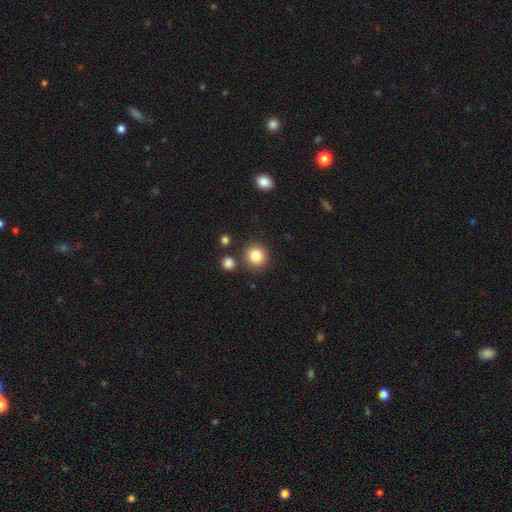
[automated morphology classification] smooth-or-featured: smooth: 84% | star or artifact: 10% | featured or disk: 6%
  how-rounded: round: 91% | in between: 8% | cigar-shaped: 1%
  merging: none: 84% | minor disturbance: 8% | merger: 6% | major disturbance: 3%